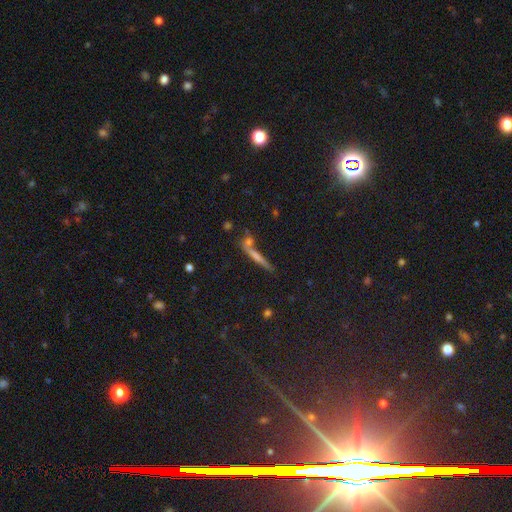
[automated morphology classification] This is marginally a star or artifact rather than a galaxy (39%).